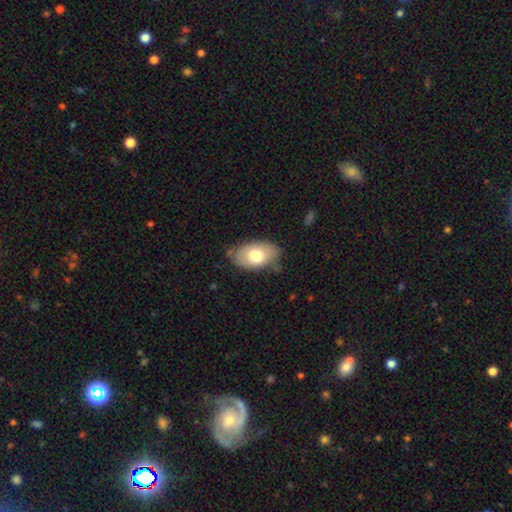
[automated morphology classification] Q: Smooth or featured?
A: smooth (71%); runner-up: featured or disk (22%)
Q: How rounded?
A: in between (93%); runner-up: round (6%)
Q: Merging?
A: none (70%); runner-up: minor disturbance (22%)